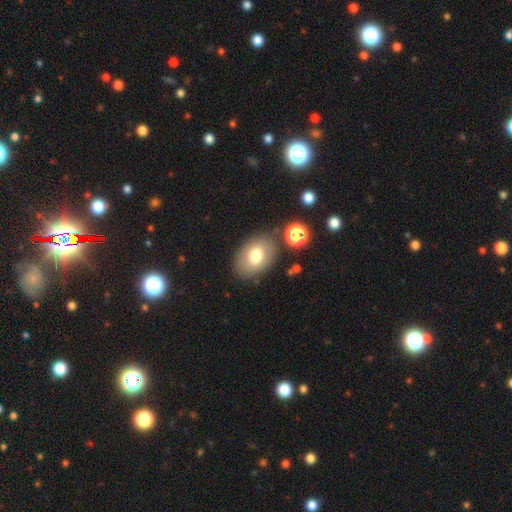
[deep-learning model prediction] smooth 74%, featured or disk 17%, star or artifact 9%. Down the decision tree: how rounded — in between (81%); merging — none (79%).